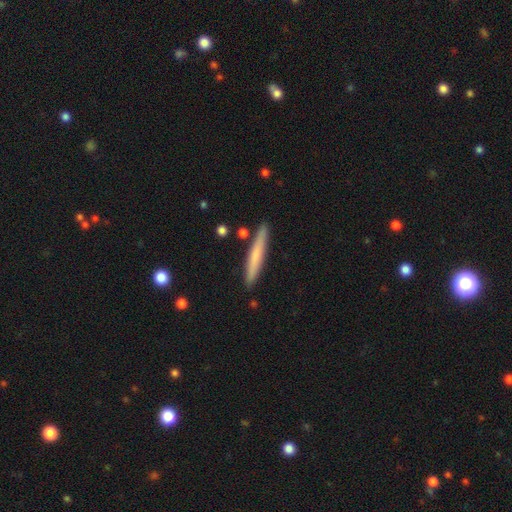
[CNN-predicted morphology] This appears to be a smooth galaxy with no disk features (63%) that is cigar-shaped (95%). Merging: none (88%).